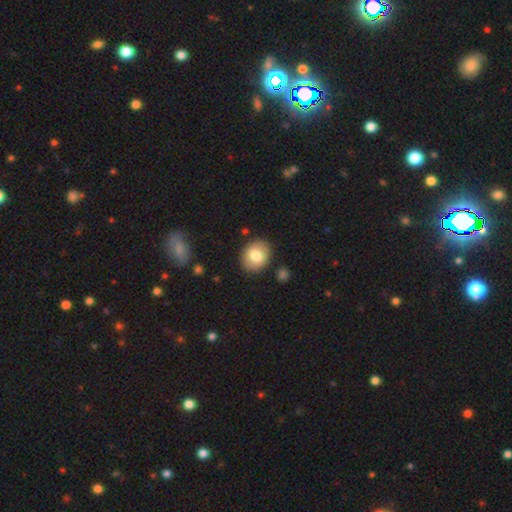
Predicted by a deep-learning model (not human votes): Q: Smooth or featured?
A: smooth (77%); runner-up: featured or disk (15%)
Q: How rounded?
A: round (55%); runner-up: in between (44%)
Q: Merging?
A: none (87%); runner-up: minor disturbance (9%)